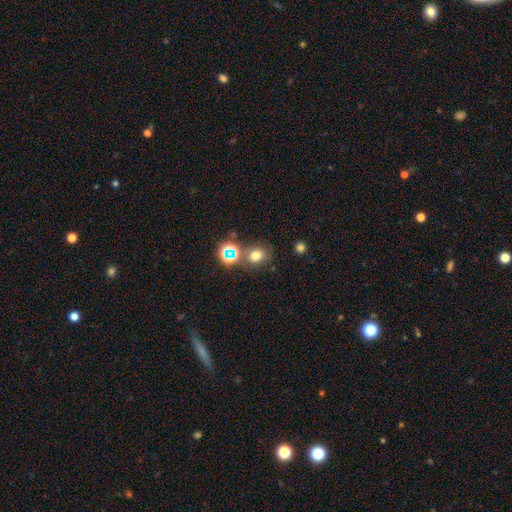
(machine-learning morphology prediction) Smooth or featured: smooth — 68% (star or artifact — 24%)
How rounded: round — 66% (in between — 33%)
Merging: none — 70% (merger — 14%)